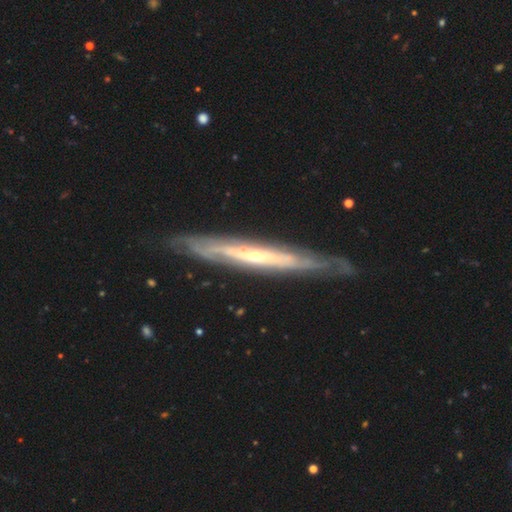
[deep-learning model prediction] Smooth or featured?
  - featured or disk: 83% *
  - smooth: 12%
  - star or artifact: 5%
Edge-on disk?
  - yes: 66% *
  - no: 34%
Edge-on bulge?
  - rounded: 59% *
  - none: 39%
  - boxy: 3%
Merging?
  - none: 77% *
  - minor disturbance: 17%
  - major disturbance: 4%
  - merger: 2%